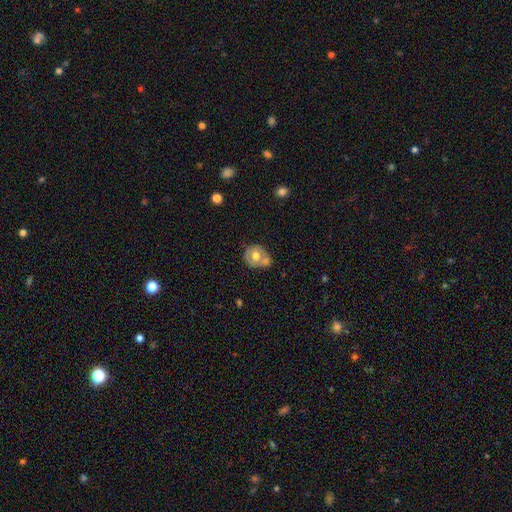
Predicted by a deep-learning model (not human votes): Smooth or featured? Predicted: smooth (p=0.57). How rounded? Predicted: round (p=0.71). Merging? Predicted: none (p=0.41).